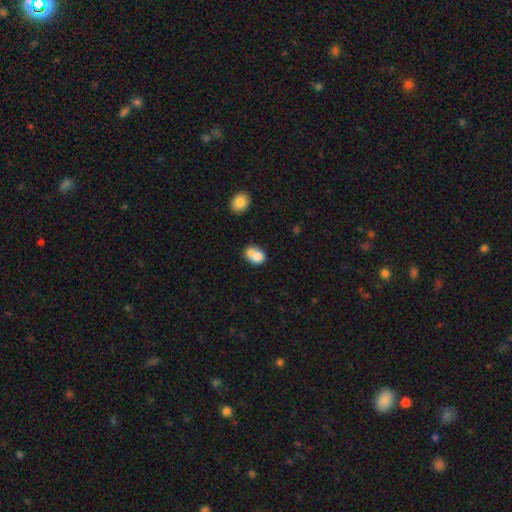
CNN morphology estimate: Smooth or featured? Predicted: smooth (p=0.76). How rounded? Predicted: in between (p=0.61). Merging? Predicted: merger (p=0.51).